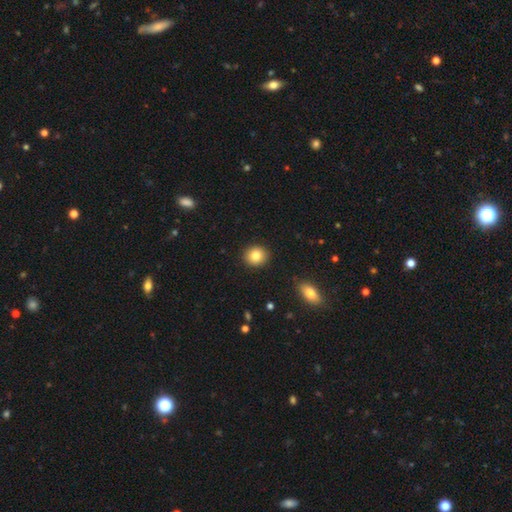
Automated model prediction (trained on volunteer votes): Morphology: type=smooth (83%); roundness=round (84%); merging=none (91%).